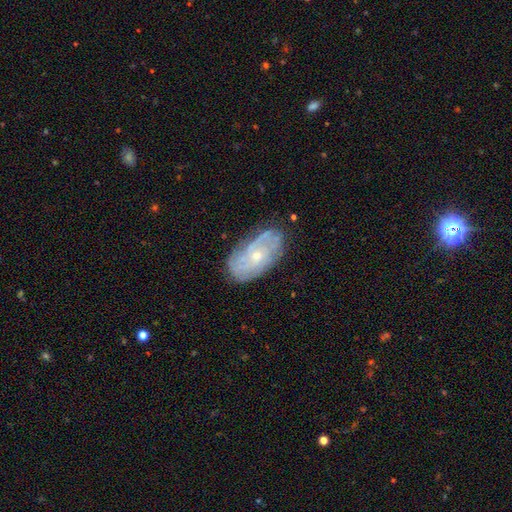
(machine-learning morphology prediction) smooth-or-featured: featured or disk: 73% | smooth: 19% | star or artifact: 7%
  disk-edge-on: no: 94% | yes: 6%
    bar: no: 76% | weak: 21% | strong: 3%
    has-spiral-arms: yes: 85% | no: 15%
      spiral-winding: tight: 59% | medium: 30% | loose: 12%
      spiral-arm-count: can't tell: 50% | 2: 18% | 3: 13% | 4: 10% | more than 4: 5% | 1: 5%
    bulge-size: small: 67% | moderate: 30% | none: 1% | large: 1% | dominant: 1%
  merging: none: 75% | minor disturbance: 18% | major disturbance: 5% | merger: 1%